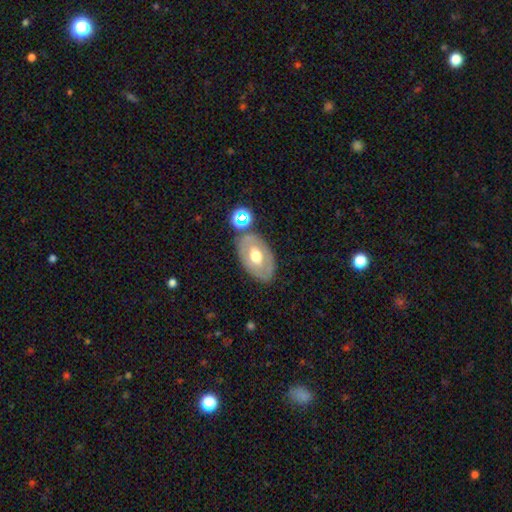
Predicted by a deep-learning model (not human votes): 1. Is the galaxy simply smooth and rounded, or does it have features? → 49% featured or disk, 43% smooth, 8% star or artifact.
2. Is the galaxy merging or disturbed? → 74% none, 13% minor disturbance, 8% merger, 4% major disturbance.